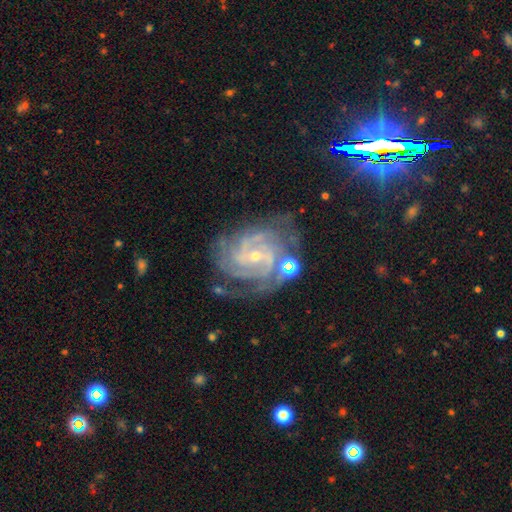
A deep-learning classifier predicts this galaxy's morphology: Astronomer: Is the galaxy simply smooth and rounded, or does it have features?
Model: featured or disk — 89%.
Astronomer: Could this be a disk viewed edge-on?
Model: no — 98%.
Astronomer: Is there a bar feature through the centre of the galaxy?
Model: no — 51% (runner-up: weak, 37%).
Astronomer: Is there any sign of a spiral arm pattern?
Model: yes — 98%.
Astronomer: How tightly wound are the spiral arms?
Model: tight — 66%.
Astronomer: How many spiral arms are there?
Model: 3 — 26%, tied with 4 at 26%.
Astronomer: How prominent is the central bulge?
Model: small — 78%.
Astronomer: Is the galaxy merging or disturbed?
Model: none — 65%.